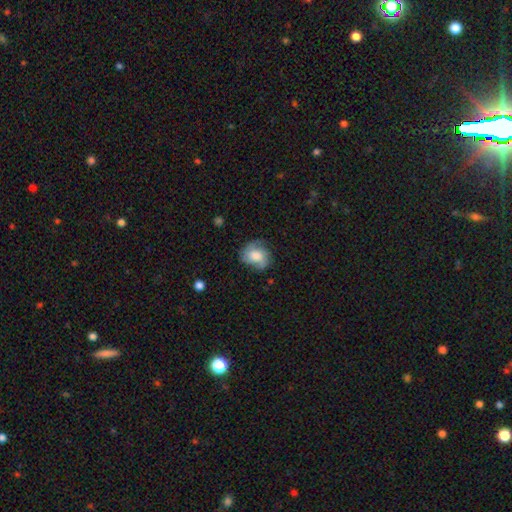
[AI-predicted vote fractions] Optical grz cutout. It shows a smooth galaxy with no disk features (53%) that is round (59%). Merging: none (60%).